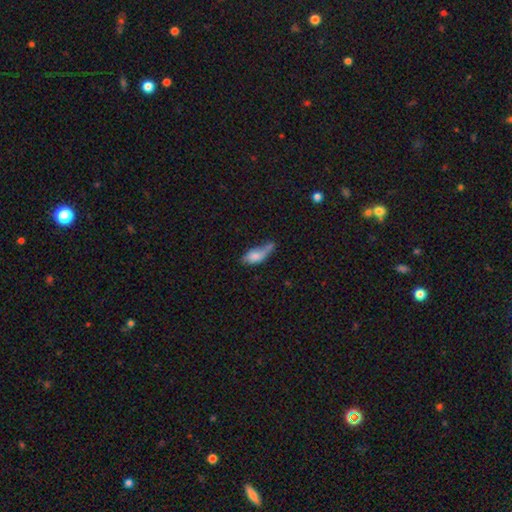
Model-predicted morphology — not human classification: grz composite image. It shows a smooth galaxy with no disk features (70%) that is in between round and cigar-shaped (76%). Merging: minor disturbance (29%, tied with none).